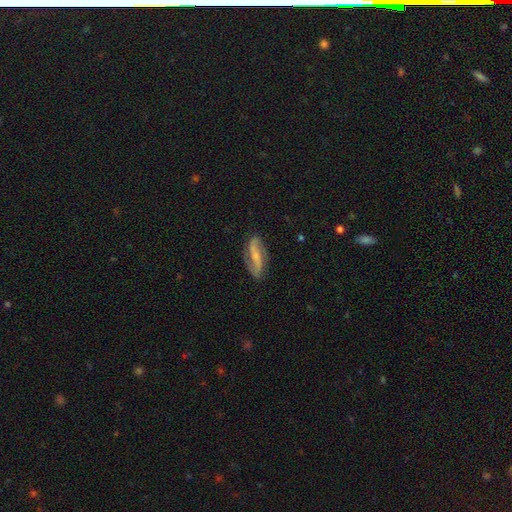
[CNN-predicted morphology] Smooth or featured: featured or disk — 79% (smooth — 16%)
Edge-on disk: no — 92% (yes — 8%)
Bar: weak — 36% (strong — 34%)
Spiral arms: yes — 94% (no — 6%)
Spiral winding: loose — 50% (medium — 34%)
Spiral arm count: 2 — 91% (can't tell — 3%)
Bulge size: small — 59% (moderate — 27%)
Merging: none — 81% (minor disturbance — 14%)